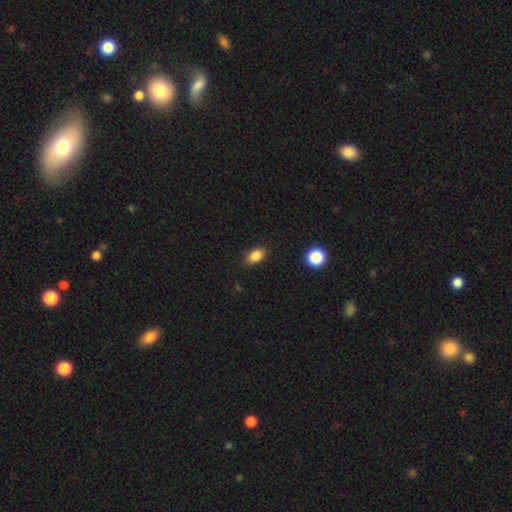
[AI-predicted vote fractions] This is clearly a smooth galaxy (86%). How rounded: clearly in between (85%). Merging: clearly none (87%).